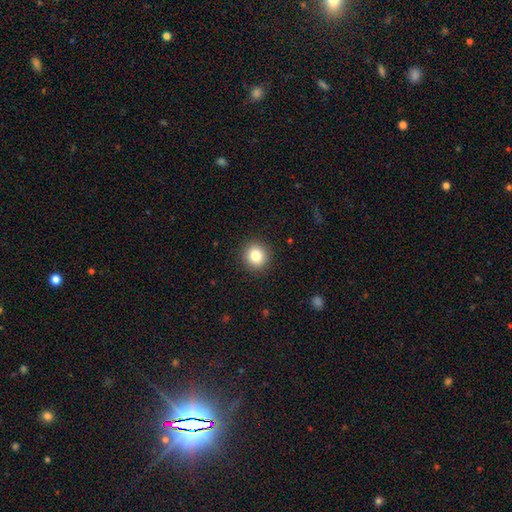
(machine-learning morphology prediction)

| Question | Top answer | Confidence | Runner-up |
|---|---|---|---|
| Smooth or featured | smooth | 84% | star or artifact (10%) |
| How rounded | round | 90% | in between (9%) |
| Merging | none | 92% | minor disturbance (6%) |